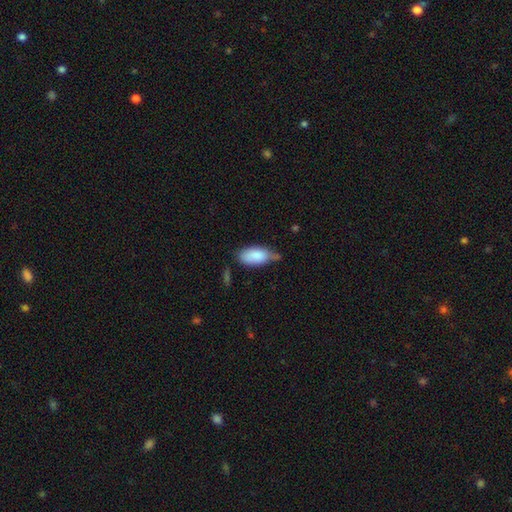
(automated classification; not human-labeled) Overall: smooth (85%). How rounded: in between (91%). Merging: minor disturbance (44%; none 38%).